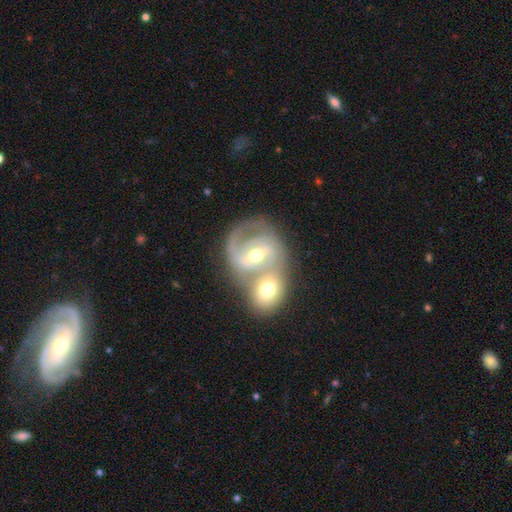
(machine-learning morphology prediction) Smooth or featured?
  - featured or disk: 79% *
  - smooth: 15%
  - star or artifact: 6%
Edge-on disk?
  - no: 97% *
  - yes: 3%
Bar?
  - weak: 44% *
  - strong: 33%
  - no: 22%
Spiral arms?
  - yes: 90% *
  - no: 10%
Spiral winding?
  - medium: 48% *
  - tight: 38%
  - loose: 15%
Spiral arm count?
  - 2: 70% *
  - can't tell: 12%
  - 1: 8%
  - 3: 7%
  - 4: 1%
  - more than 4: 1%
Bulge size?
  - moderate: 65% *
  - small: 30%
  - large: 3%
  - none: 1%
  - dominant: 1%
Merging?
  - merger: 62% *
  - none: 25%
  - minor disturbance: 8%
  - major disturbance: 5%